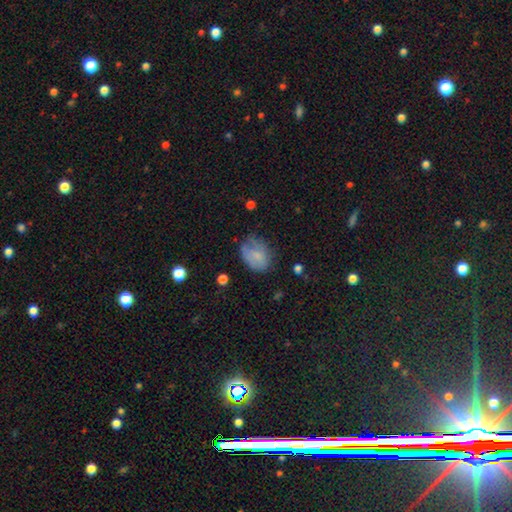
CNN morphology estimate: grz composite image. It shows a smooth galaxy with no disk features (71%) that is in between round and cigar-shaped (65%). Merging: none (52%).